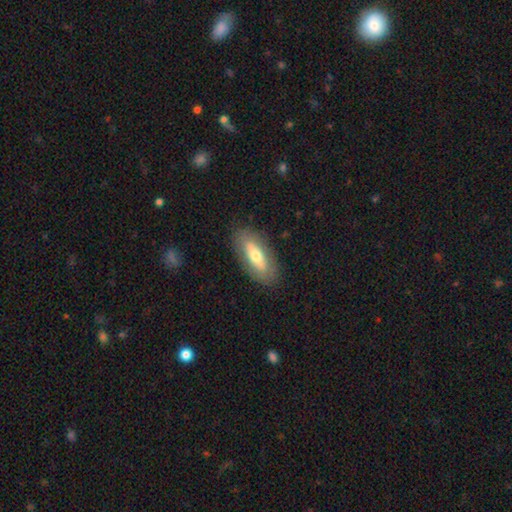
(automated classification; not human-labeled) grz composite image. It shows a smooth galaxy with no disk features (58%) that is in between round and cigar-shaped (78%). Merging: none (84%).